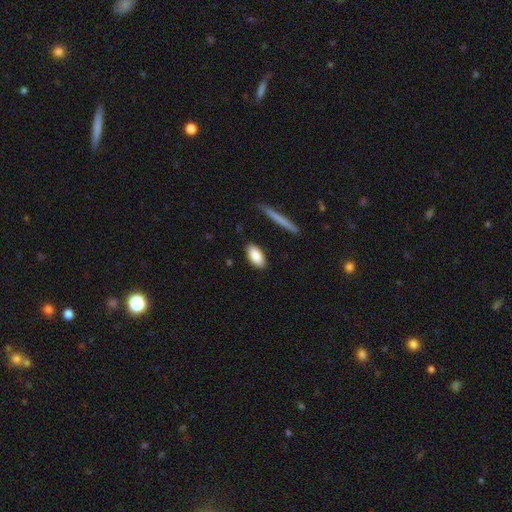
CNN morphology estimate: smooth 86%, featured or disk 8%, star or artifact 6%. Down the decision tree: how rounded — in between (88%); merging — none (87%).